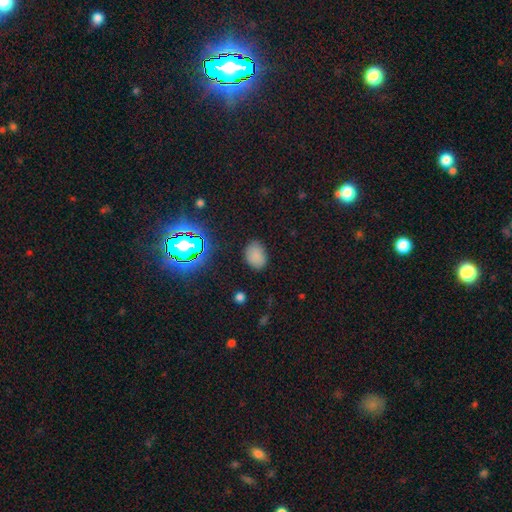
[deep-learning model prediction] Smooth or featured? smooth (77%)
How rounded? in between (73%)
Merging? none (81%)